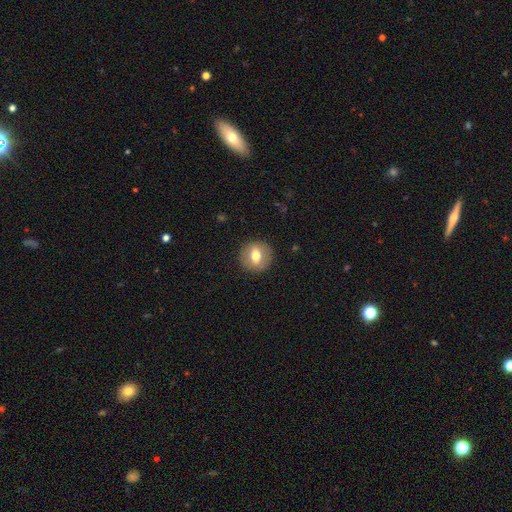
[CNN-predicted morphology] Smooth or featured: smooth — 59% (featured or disk — 33%)
How rounded: round — 80% (in between — 18%)
Merging: none — 87% (minor disturbance — 8%)